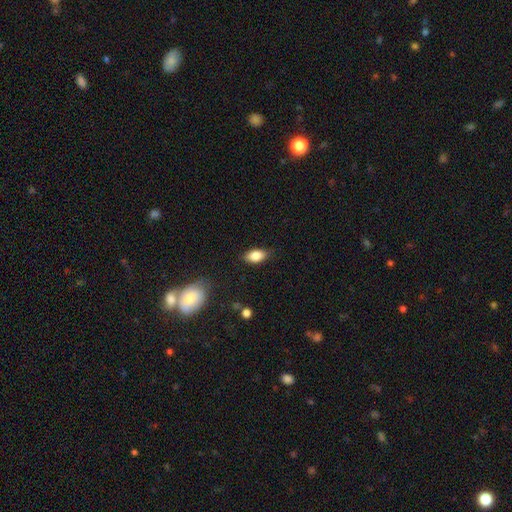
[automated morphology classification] Overall: smooth (84%). How rounded: in between (89%). Merging: none (80%).